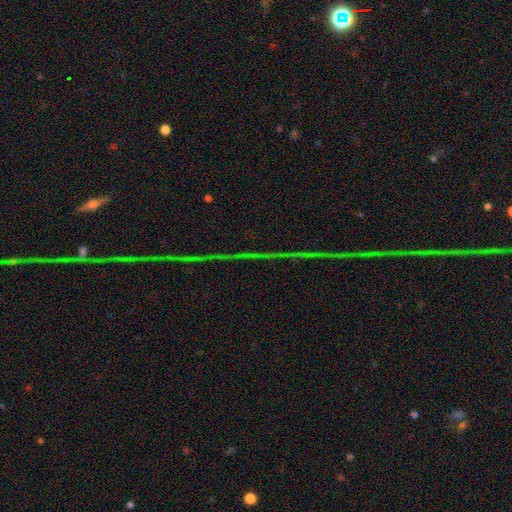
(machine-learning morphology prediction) A star or artifact, not a galaxy (83%).

Vote fractions:
- Smooth or featured? star or artifact: 83% / featured or disk: 11% / smooth: 6%